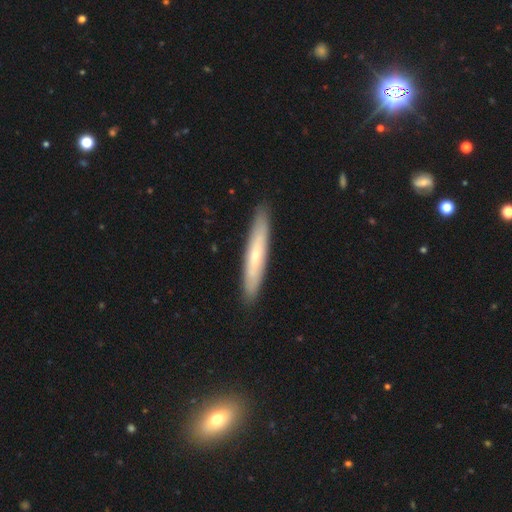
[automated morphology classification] Smooth or featured? Predicted: smooth (p=0.52). How rounded? Predicted: cigar-shaped (p=0.92). Merging? Predicted: none (p=0.90).